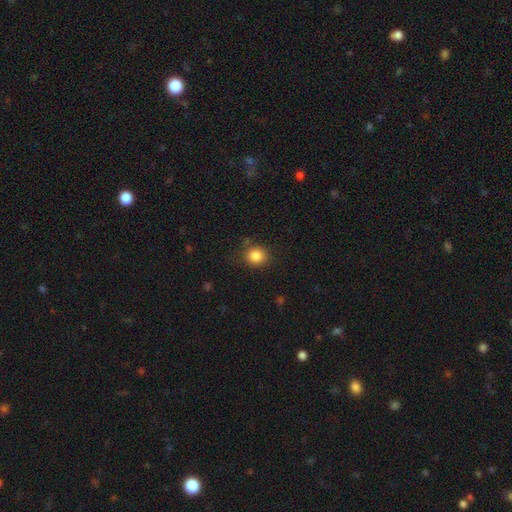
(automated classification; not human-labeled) smooth_or_featured: smooth (p=0.85) [alt: star or artifact p=0.11]
how_rounded: round (p=0.83) [alt: in between p=0.16]
merging: none (p=0.82) [alt: minor disturbance p=0.12]